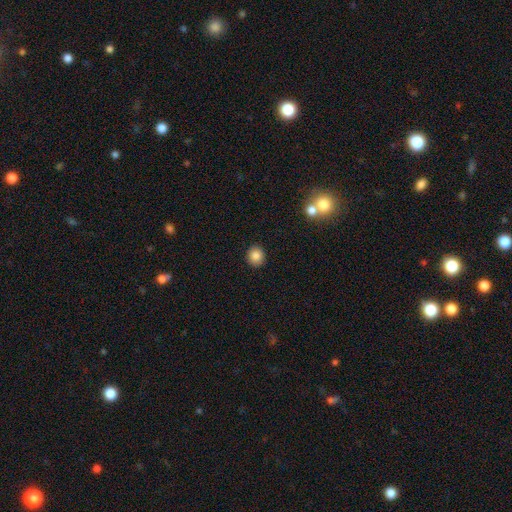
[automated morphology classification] smooth-or-featured: smooth: 84% | star or artifact: 10% | featured or disk: 5%
  how-rounded: round: 83% | in between: 16% | cigar-shaped: 1%
  merging: none: 92% | minor disturbance: 5% | major disturbance: 2% | merger: 1%